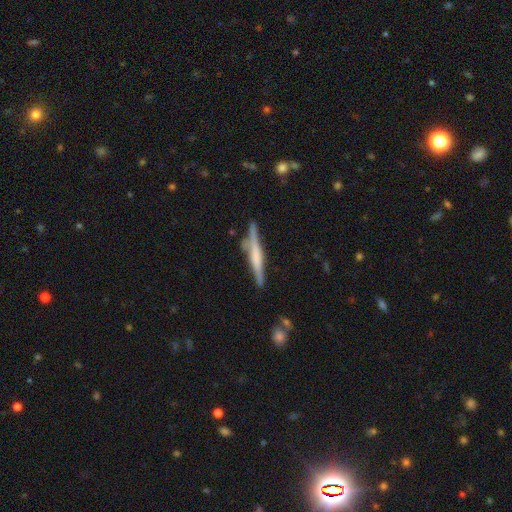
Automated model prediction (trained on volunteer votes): This is likely a featured or disk galaxy (61%). It is clearly viewed edge-on (97%). Edge-on bulge: marginally rounded (34%). Merging: likely none (80%).